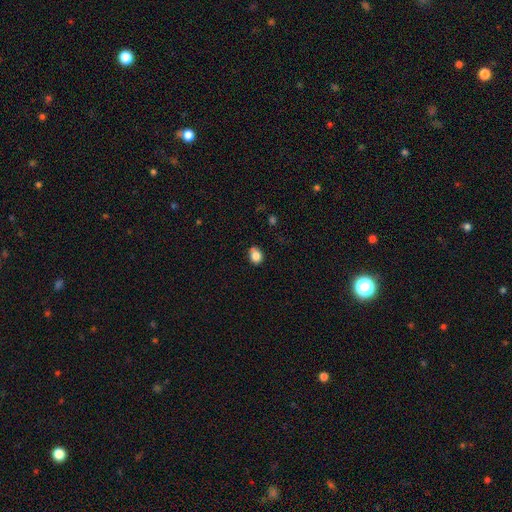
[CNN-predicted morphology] The model was most divided on "how rounded": in between: 58%, round: 41%, cigar-shaped: 1%. More confident: smooth or featured — smooth (86%); merging — none (73%).